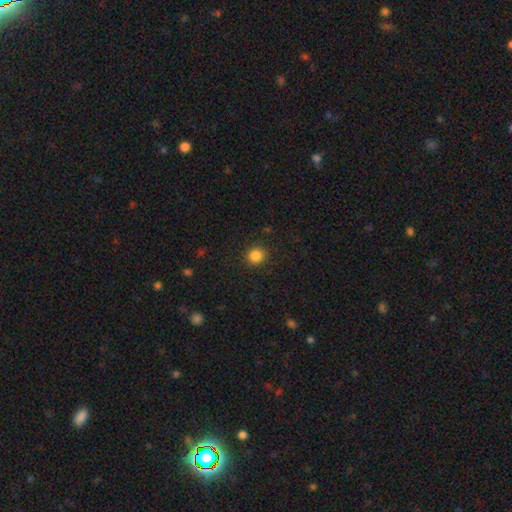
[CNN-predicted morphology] A smooth galaxy with no disk features (85%) that is round (89%). Merging: none (90%).